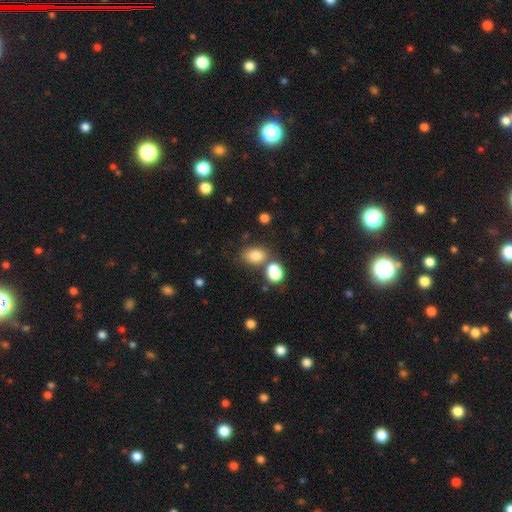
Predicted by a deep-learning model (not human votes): This appears to be a smooth galaxy with no disk features (81%) that is in between round and cigar-shaped (74%). Merging: none (54%).